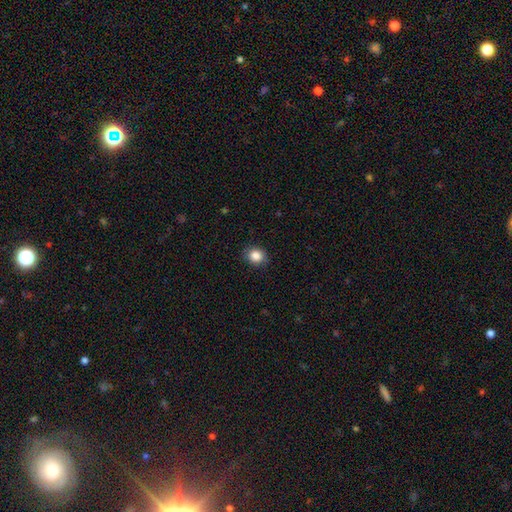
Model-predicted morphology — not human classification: This is clearly a smooth galaxy (86%). How rounded: likely round (70%). Merging: clearly none (87%).